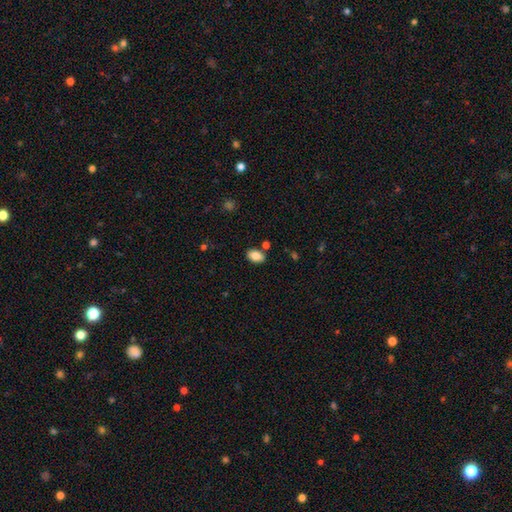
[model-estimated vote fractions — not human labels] This appears to be a smooth galaxy with no disk features (86%) that is in between round and cigar-shaped (87%). Merging: none (80%).